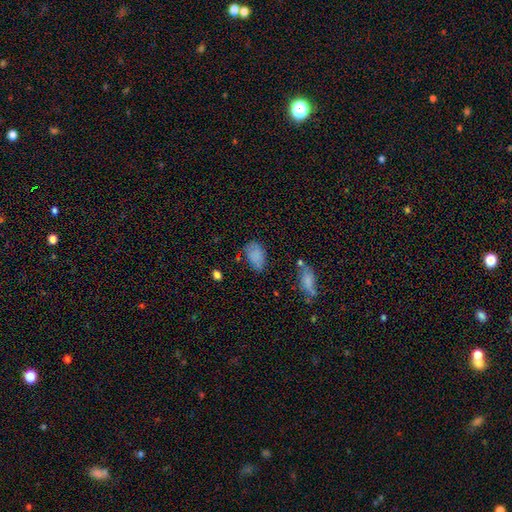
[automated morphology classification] Overall: smooth (80%). How rounded: in between (91%). Merging: none (58%; minor disturbance 27%).